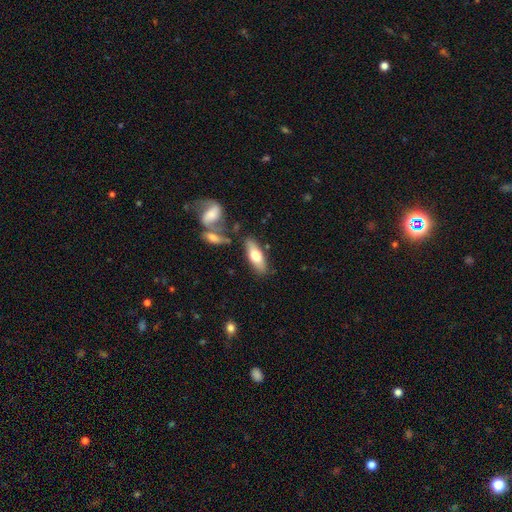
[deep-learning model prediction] The model was most divided on "smooth or featured": smooth: 64%, featured or disk: 31%, star or artifact: 6%. More confident: merging — none (74%); how rounded — in between (67%).